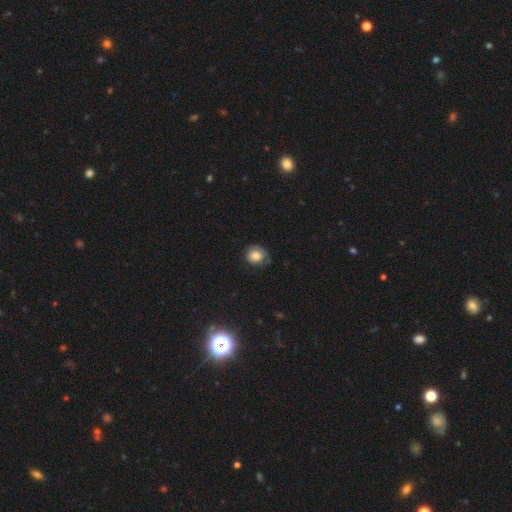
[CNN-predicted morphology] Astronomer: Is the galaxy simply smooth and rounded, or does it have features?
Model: smooth — 76%.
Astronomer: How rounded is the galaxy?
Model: round — 80%.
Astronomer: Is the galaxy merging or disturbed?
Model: none — 66%.